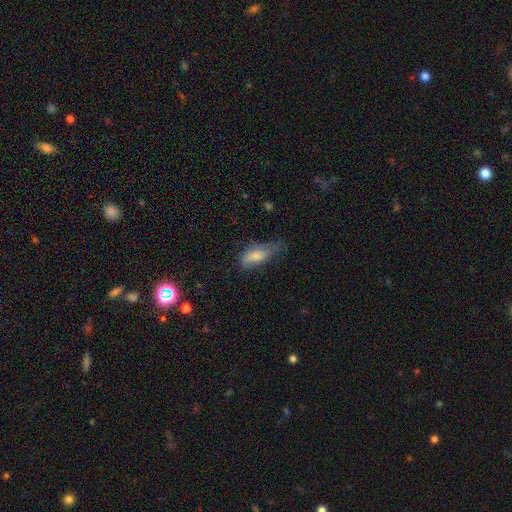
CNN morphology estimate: This is likely a smooth galaxy (70%). How rounded: likely in between (74%). Merging: marginally none (44%).